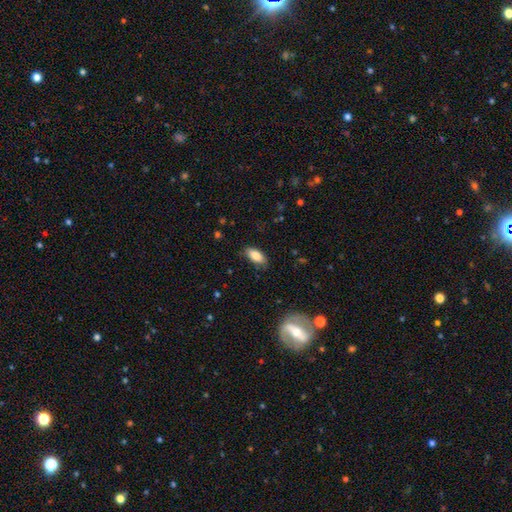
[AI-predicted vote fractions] Overall: smooth (83%). How rounded: in between (89%). Merging: none (83%).